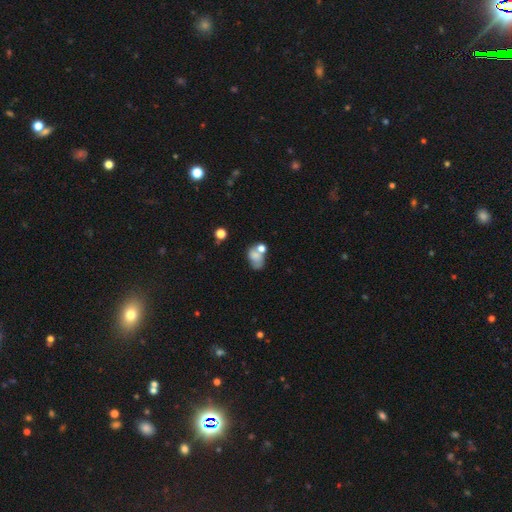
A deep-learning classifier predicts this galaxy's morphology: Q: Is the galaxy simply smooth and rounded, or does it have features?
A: smooth — 61%.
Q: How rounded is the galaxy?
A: in between — 77%.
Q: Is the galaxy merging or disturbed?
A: merger — 37%.